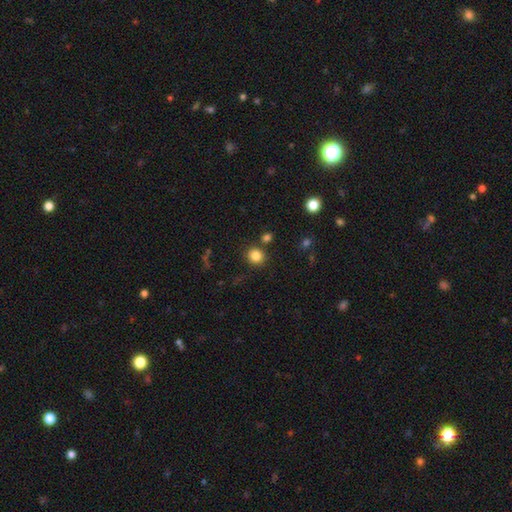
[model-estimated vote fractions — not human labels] This appears to be a smooth galaxy with no disk features (84%) that is round (86%). Merging: none (82%).